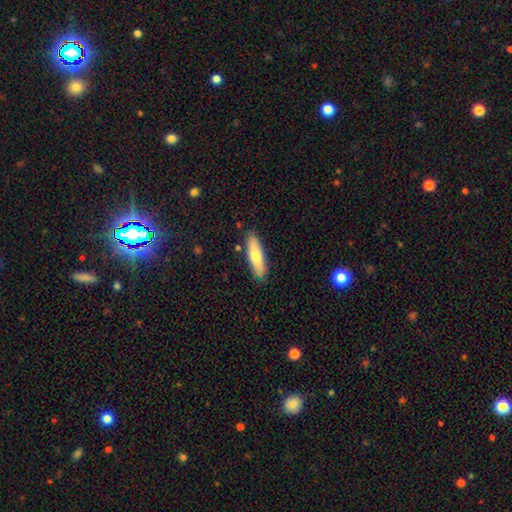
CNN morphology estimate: Q: Smooth or featured?
A: smooth (69%); runner-up: featured or disk (25%)
Q: How rounded?
A: cigar-shaped (53%); runner-up: in between (45%)
Q: Merging?
A: none (83%); runner-up: minor disturbance (12%)